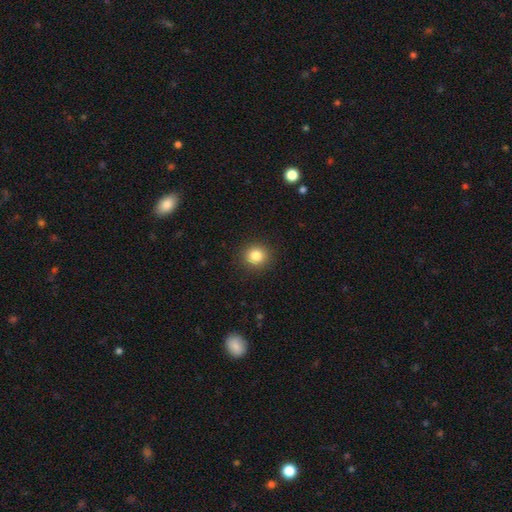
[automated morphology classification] smooth 84%, star or artifact 11%, featured or disk 5%. Down the decision tree: how rounded — round (90%); merging — none (91%).